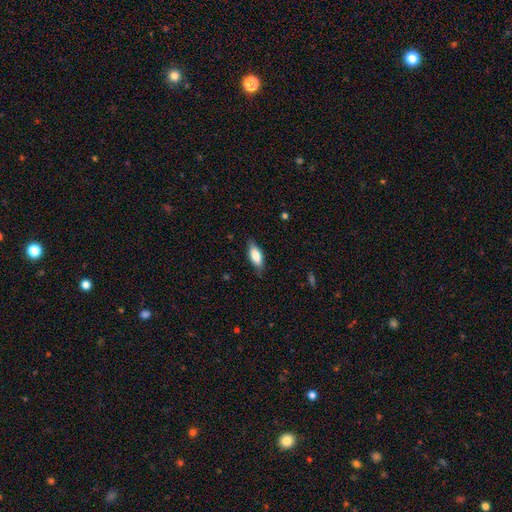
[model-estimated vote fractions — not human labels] Morphology: type=smooth (78%); roundness=in between (76%); merging=none (80%).